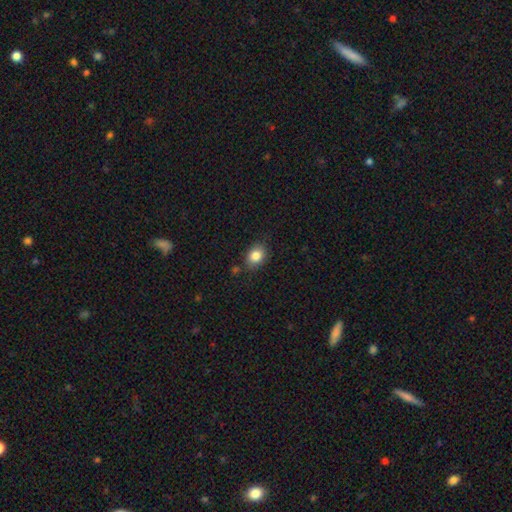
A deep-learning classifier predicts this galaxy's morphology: A smooth galaxy with no disk features (84%) that is in between round and cigar-shaped (54%).

Vote fractions:
- Smooth or featured? smooth: 84% / star or artifact: 9% / featured or disk: 7%
- How rounded? in between: 54% / round: 45% / cigar-shaped: 1%
- Merging? none: 77% / minor disturbance: 16% / major disturbance: 4% / merger: 3%